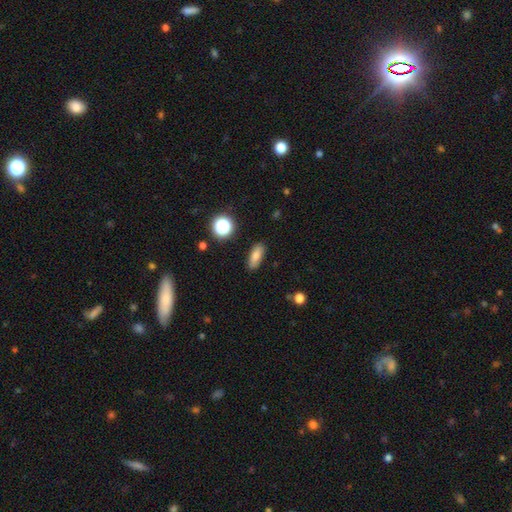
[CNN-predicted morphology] smooth_or_featured: smooth (p=0.81) [alt: star or artifact p=0.11]
how_rounded: in between (p=0.72) [alt: cigar-shaped p=0.22]
merging: none (p=0.87) [alt: minor disturbance p=0.09]